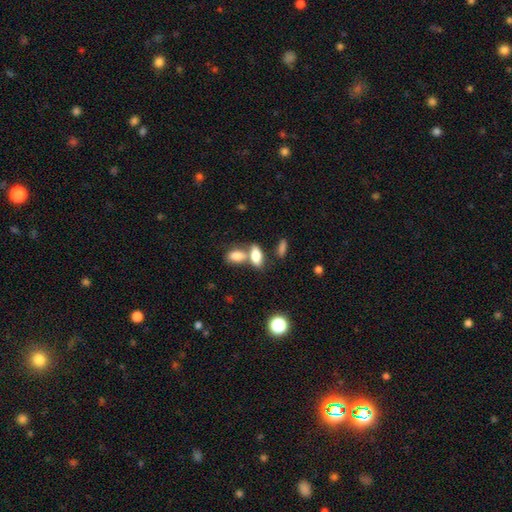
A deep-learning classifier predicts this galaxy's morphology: A smooth galaxy with no disk features (81%) that is in between round and cigar-shaped (85%).

Vote fractions:
- Smooth or featured? smooth: 81% / featured or disk: 11% / star or artifact: 8%
- How rounded? in between: 85% / cigar-shaped: 8% / round: 6%
- Merging? merger: 45% / none: 41% / minor disturbance: 10% / major disturbance: 4%